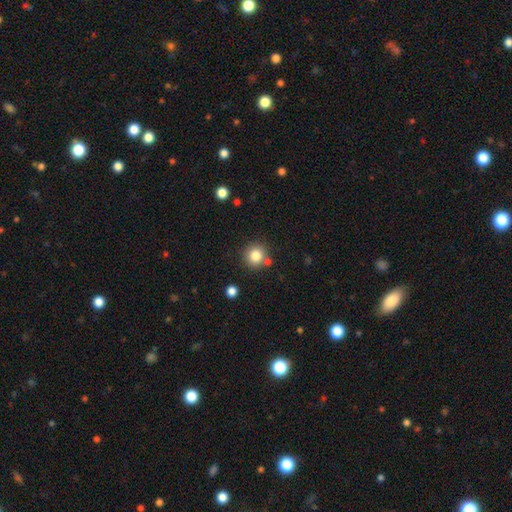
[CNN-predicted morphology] A smooth galaxy with no disk features (82%) that is round (92%).

Vote fractions:
- Smooth or featured? smooth: 82% / star or artifact: 11% / featured or disk: 7%
- How rounded? round: 92% / in between: 7% / cigar-shaped: 1%
- Merging? none: 80% / merger: 9% / minor disturbance: 9% / major disturbance: 3%